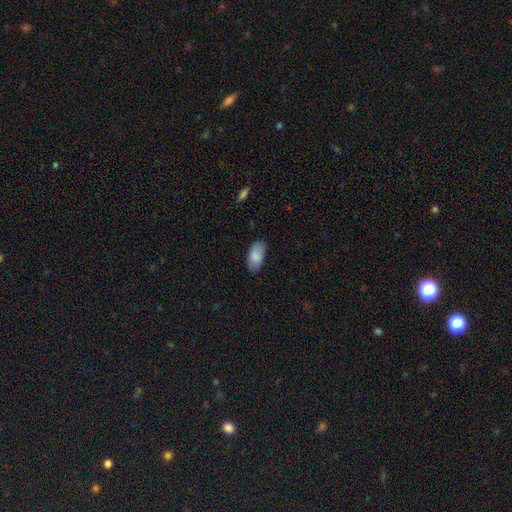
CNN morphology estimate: Smooth or featured? Predicted: smooth (p=0.86). How rounded? Predicted: in between (p=0.94). Merging? Predicted: none (p=0.79).